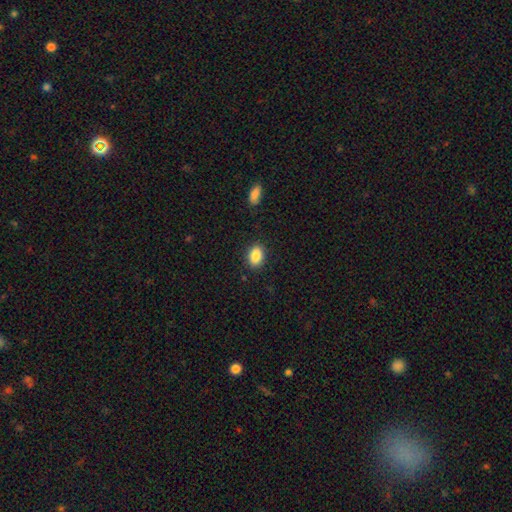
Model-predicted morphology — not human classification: Smooth or featured: smooth — 87% (star or artifact — 8%)
How rounded: in between — 82% (round — 16%)
Merging: none — 87% (minor disturbance — 9%)